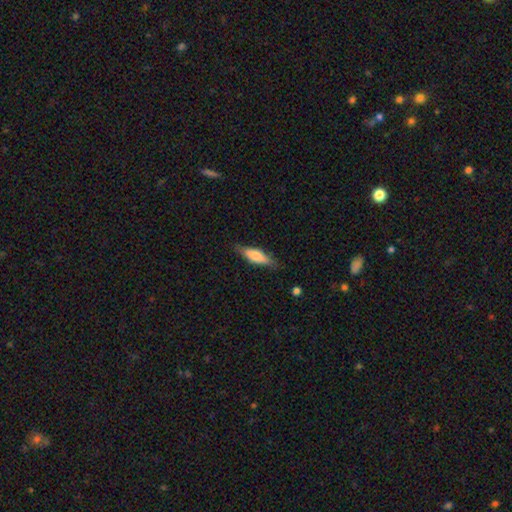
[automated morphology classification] Q: Smooth or featured?
A: smooth (69%); runner-up: featured or disk (25%)
Q: How rounded?
A: cigar-shaped (56%); runner-up: in between (42%)
Q: Merging?
A: none (81%); runner-up: minor disturbance (15%)